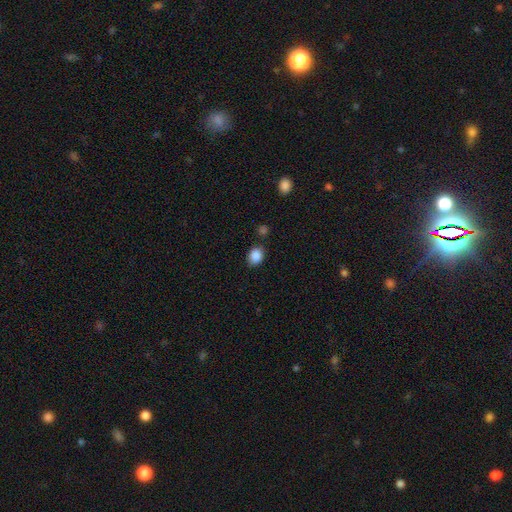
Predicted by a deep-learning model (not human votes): Smooth or featured?
  - smooth: 88% *
  - star or artifact: 9%
  - featured or disk: 4%
How rounded?
  - in between: 53% *
  - round: 46%
  - cigar-shaped: 1%
Merging?
  - none: 81% *
  - minor disturbance: 11%
  - merger: 4%
  - major disturbance: 3%